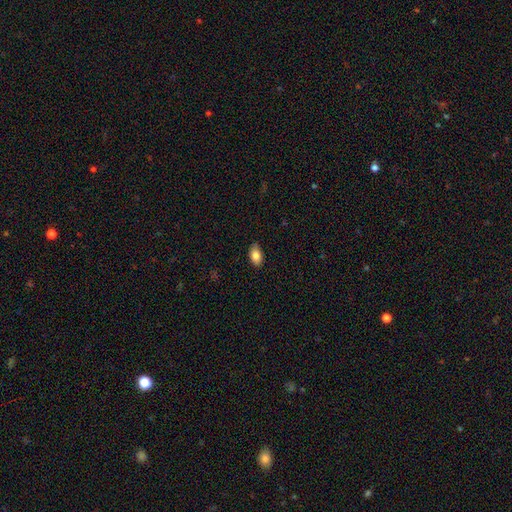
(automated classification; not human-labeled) Smooth or featured?
  - smooth: 83% *
  - featured or disk: 9%
  - star or artifact: 8%
How rounded?
  - in between: 91% *
  - round: 6%
  - cigar-shaped: 2%
Merging?
  - none: 83% *
  - minor disturbance: 14%
  - major disturbance: 2%
  - merger: 1%